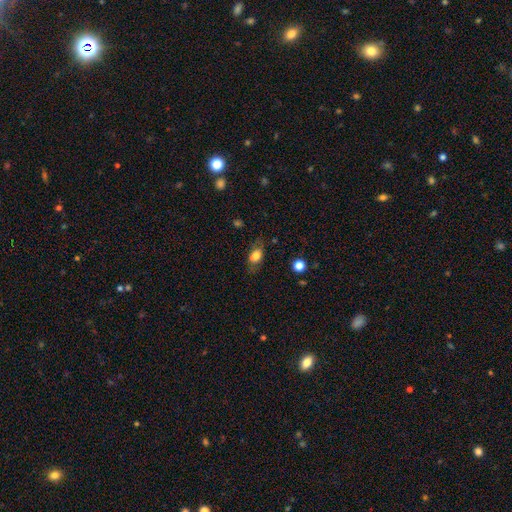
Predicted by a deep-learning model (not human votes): Smooth or featured? smooth (73%)
How rounded? in between (85%)
Merging? none (71%)